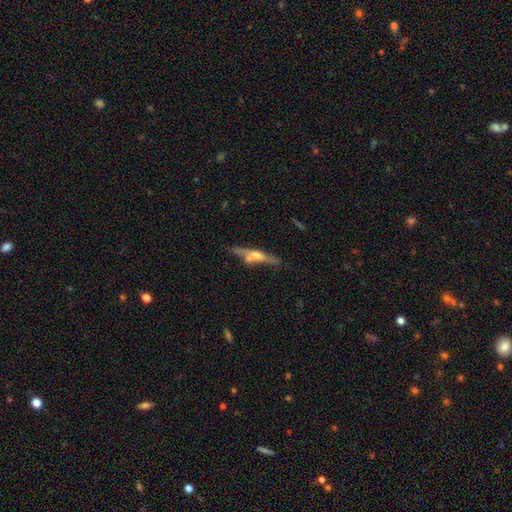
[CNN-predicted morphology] Smooth or featured: featured or disk — 62% (smooth — 31%)
Edge-on disk: yes — 89% (no — 11%)
Edge-on bulge: rounded — 85% (boxy — 7%)
Merging: none — 61% (merger — 17%)